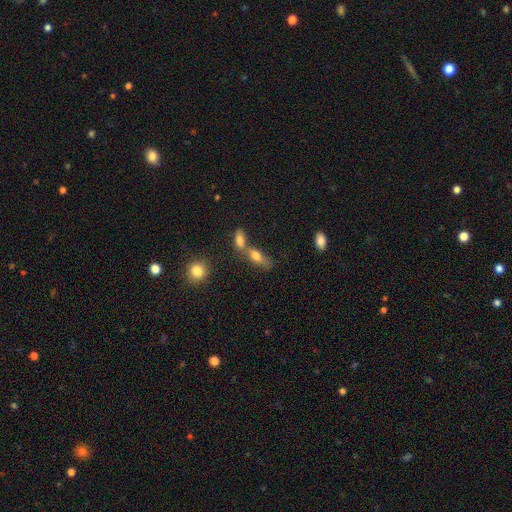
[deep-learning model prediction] smooth 72%, featured or disk 18%, star or artifact 10%. Down the decision tree: how rounded — in between (72%); merging — merger (46%).